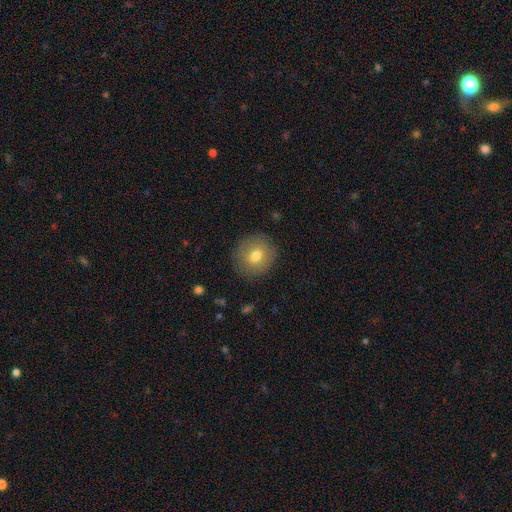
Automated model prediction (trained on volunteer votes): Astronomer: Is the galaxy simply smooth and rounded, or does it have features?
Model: smooth — 73%.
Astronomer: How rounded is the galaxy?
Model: round — 86%.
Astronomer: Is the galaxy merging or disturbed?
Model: none — 87%.